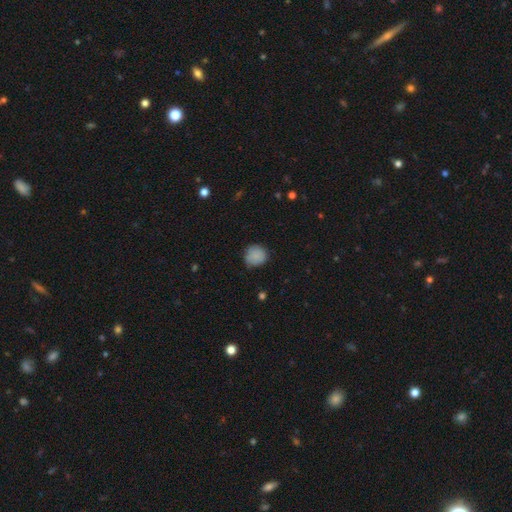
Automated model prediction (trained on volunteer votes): Smooth or featured?
  - smooth: 84% *
  - star or artifact: 8%
  - featured or disk: 7%
How rounded?
  - round: 89% *
  - in between: 10%
  - cigar-shaped: 1%
Merging?
  - none: 72% *
  - minor disturbance: 23%
  - major disturbance: 4%
  - merger: 1%